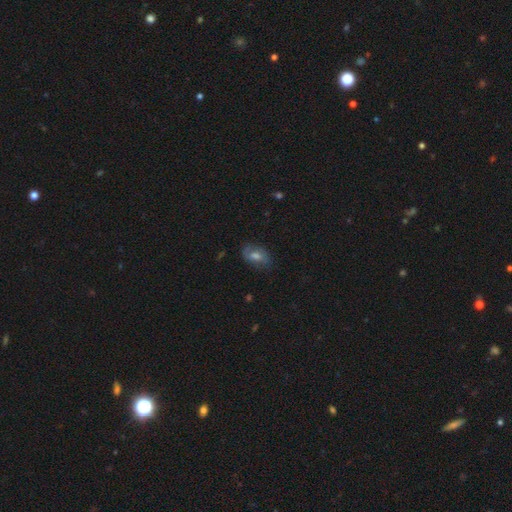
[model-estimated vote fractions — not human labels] Overall: smooth (45%; featured or disk 41%). Merging: none (73%).